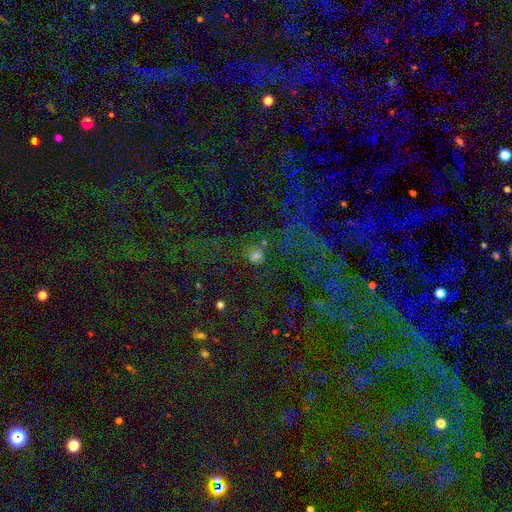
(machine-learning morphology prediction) Smooth or featured: smooth — 50% (star or artifact — 39%)
Merging: none — 62% (minor disturbance — 15%)